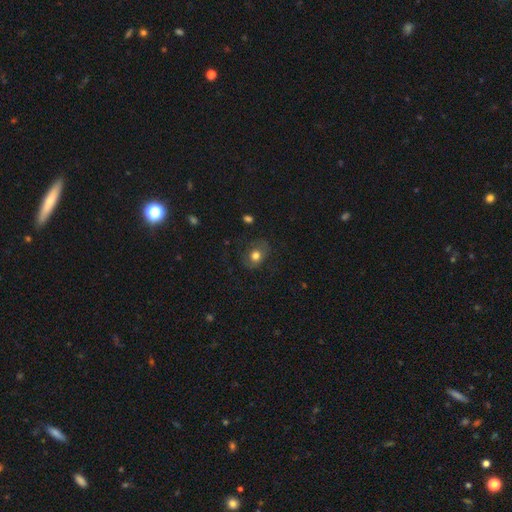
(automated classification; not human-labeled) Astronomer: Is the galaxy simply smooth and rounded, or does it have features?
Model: smooth — 69%.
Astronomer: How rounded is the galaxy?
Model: round — 52% (runner-up: in between, 47%).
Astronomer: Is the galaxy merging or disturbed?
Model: none — 69%.